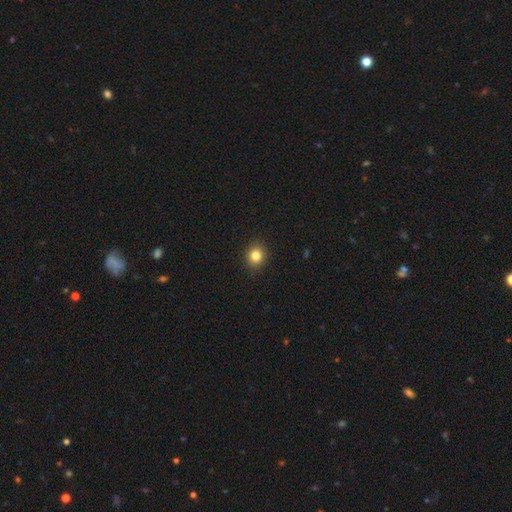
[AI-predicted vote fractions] Smooth or featured: smooth — 83% (star or artifact — 11%)
How rounded: round — 70% (in between — 29%)
Merging: none — 90% (minor disturbance — 7%)